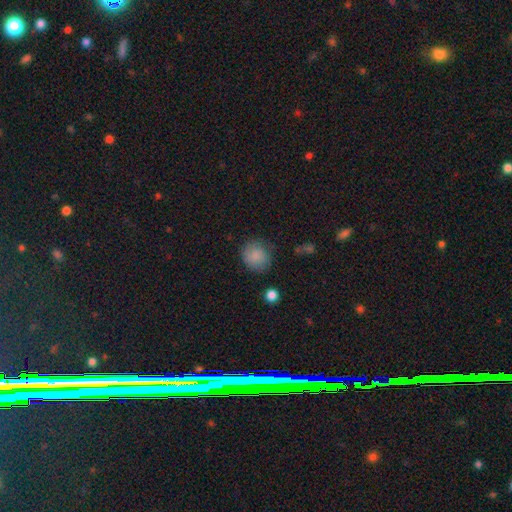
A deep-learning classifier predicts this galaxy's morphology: Q: Smooth or featured?
A: smooth (82%); runner-up: featured or disk (9%)
Q: How rounded?
A: round (82%); runner-up: in between (17%)
Q: Merging?
A: none (78%); runner-up: minor disturbance (15%)